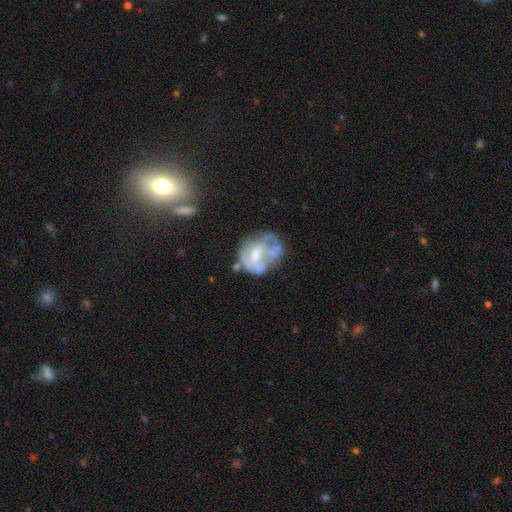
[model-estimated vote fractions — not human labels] Q: Smooth or featured?
A: featured or disk (63%); runner-up: smooth (28%)
Q: Edge-on disk?
A: no (98%); runner-up: yes (2%)
Q: Bar?
A: no (61%); runner-up: weak (30%)
Q: Spiral arms?
A: no (72%); runner-up: yes (28%)
Q: Bulge size?
A: moderate (50%); runner-up: small (25%)
Q: Merging?
A: none (35%); runner-up: major disturbance (30%)